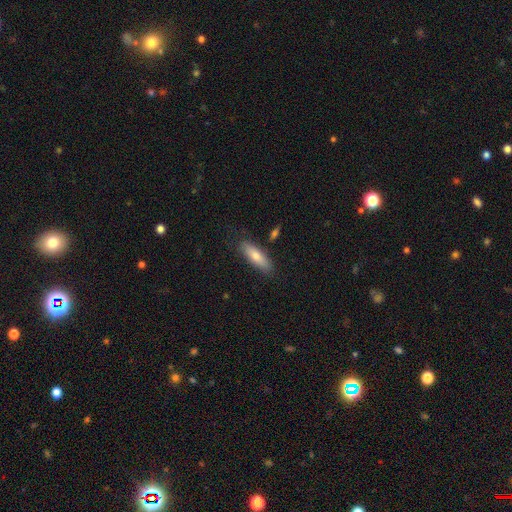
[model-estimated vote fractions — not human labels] Smooth or featured? smooth (68%)
How rounded? cigar-shaped (54%)
Merging? none (84%)